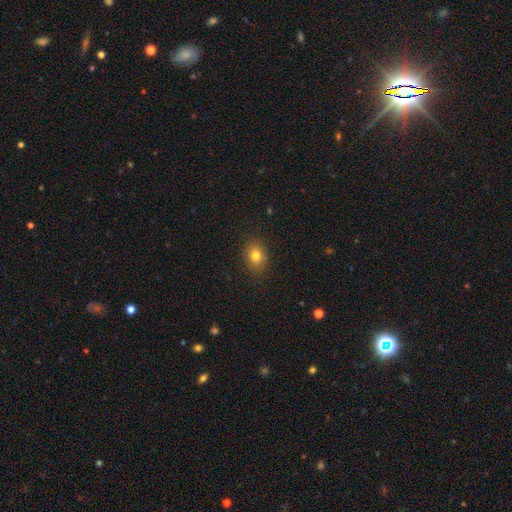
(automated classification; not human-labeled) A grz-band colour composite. It shows a smooth galaxy with no disk features (80%) that is in between round and cigar-shaped (54%). Merging: none (88%).